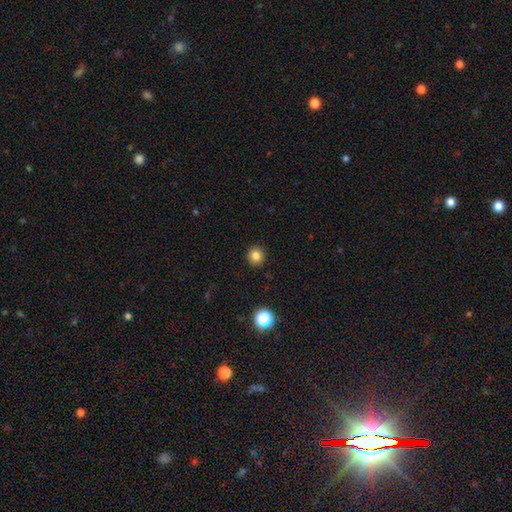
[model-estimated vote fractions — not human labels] This appears to be a smooth galaxy with no disk features (82%) that is round (92%). Merging: none (92%).